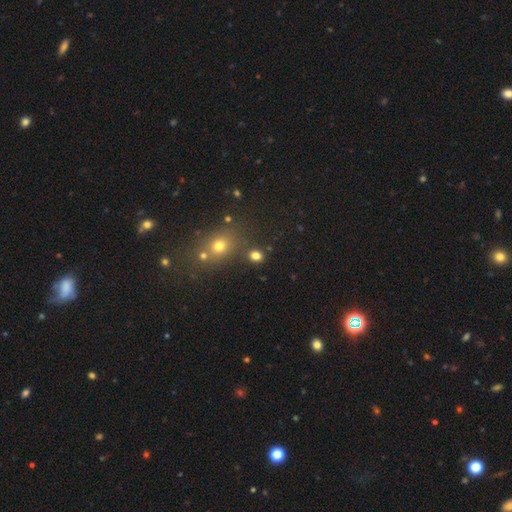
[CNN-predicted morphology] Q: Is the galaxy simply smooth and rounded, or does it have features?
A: smooth — 76%.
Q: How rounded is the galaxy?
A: round — 67%.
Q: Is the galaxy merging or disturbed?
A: none — 77%.